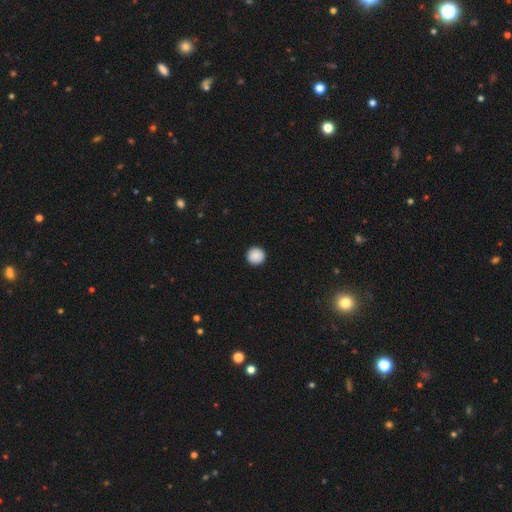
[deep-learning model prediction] smooth 90%, star or artifact 8%, featured or disk 3%. Down the decision tree: how rounded — round (95%); merging — none (93%).